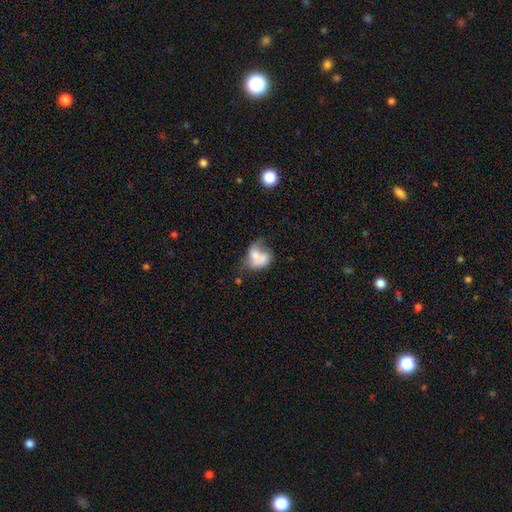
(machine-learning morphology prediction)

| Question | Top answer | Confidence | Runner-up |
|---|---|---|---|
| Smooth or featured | smooth | 63% | featured or disk (29%) |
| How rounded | in between | 65% | round (33%) |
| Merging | merger | 56% | none (18%) |